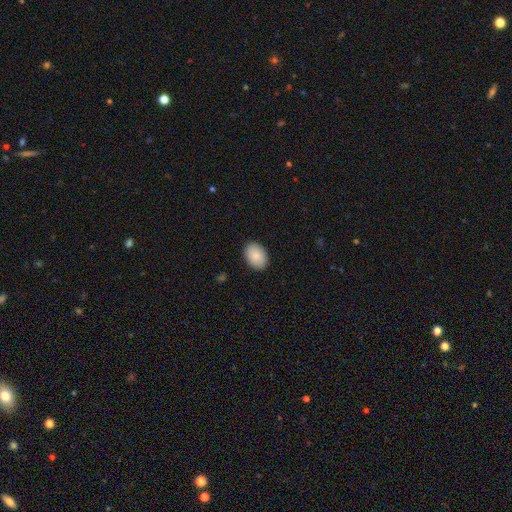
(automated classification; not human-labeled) This appears to be a smooth galaxy with no disk features (89%) that is in between round and cigar-shaped (82%). Merging: none (90%).